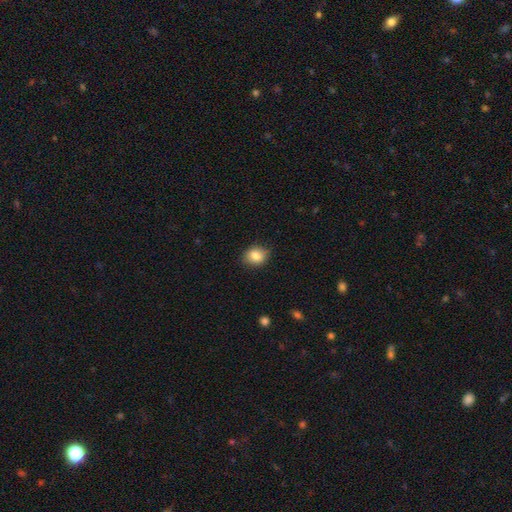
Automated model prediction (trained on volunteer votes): A smooth galaxy with no disk features (83%) that is round (54%).

Vote fractions:
- Smooth or featured? smooth: 83% / star or artifact: 9% / featured or disk: 8%
- How rounded? round: 54% / in between: 45% / cigar-shaped: 1%
- Merging? none: 83% / minor disturbance: 13% / major disturbance: 3% / merger: 1%